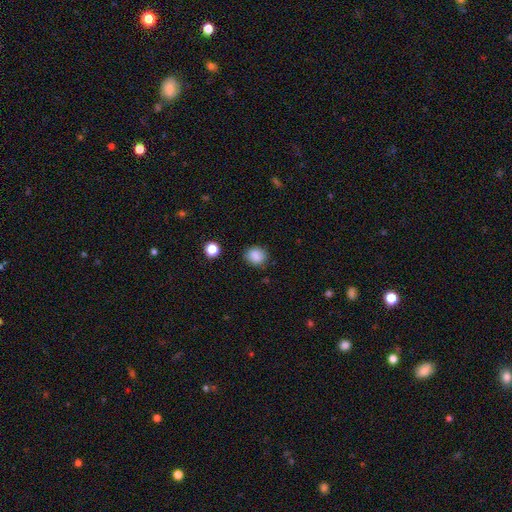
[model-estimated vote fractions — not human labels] smooth_or_featured: smooth (p=0.86) [alt: star or artifact p=0.10]
how_rounded: round (p=0.68) [alt: in between p=0.31]
merging: none (p=0.84) [alt: minor disturbance p=0.12]